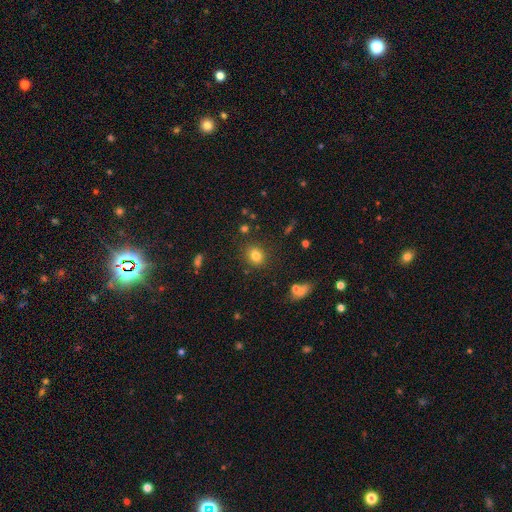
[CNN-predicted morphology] Q: Smooth or featured?
A: smooth (79%); runner-up: star or artifact (13%)
Q: How rounded?
A: round (68%); runner-up: in between (31%)
Q: Merging?
A: none (85%); runner-up: minor disturbance (9%)